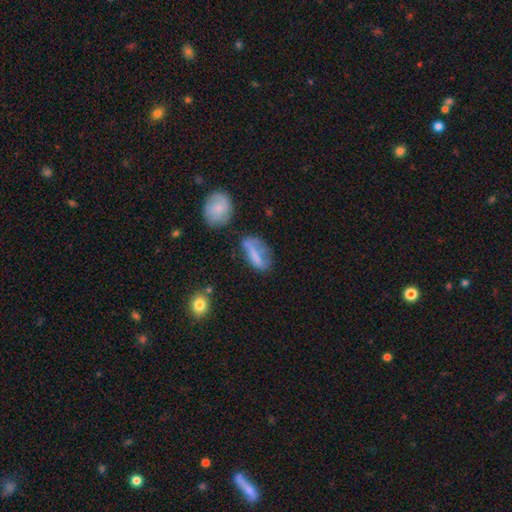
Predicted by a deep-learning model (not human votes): This is likely a smooth galaxy (61%). How rounded: likely in between (69%). Merging: marginally none (37%).